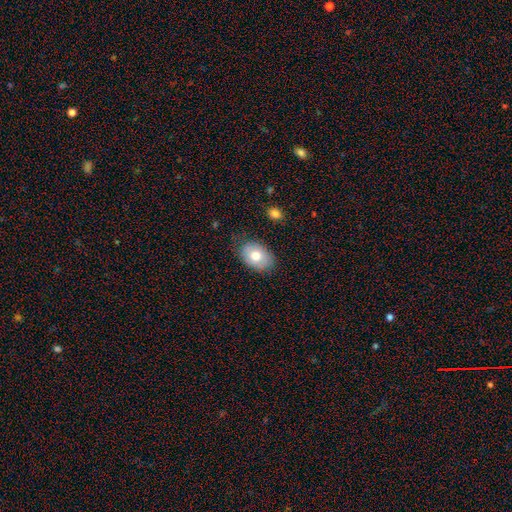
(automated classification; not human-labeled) This appears to be a smooth galaxy with no disk features (74%) that is in between round and cigar-shaped (82%). Merging: none (78%).